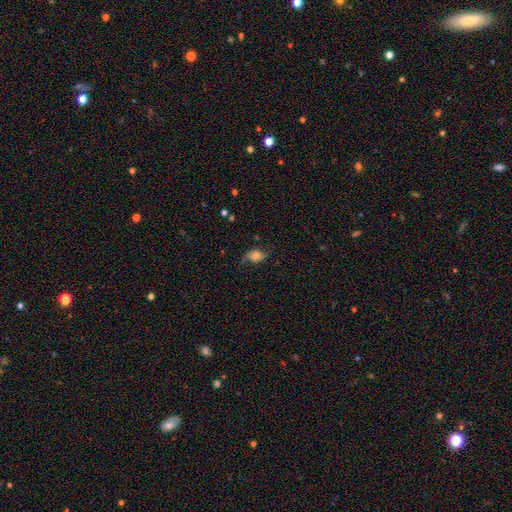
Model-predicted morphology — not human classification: A smooth galaxy with no disk features (48%). Merging: none (64%).